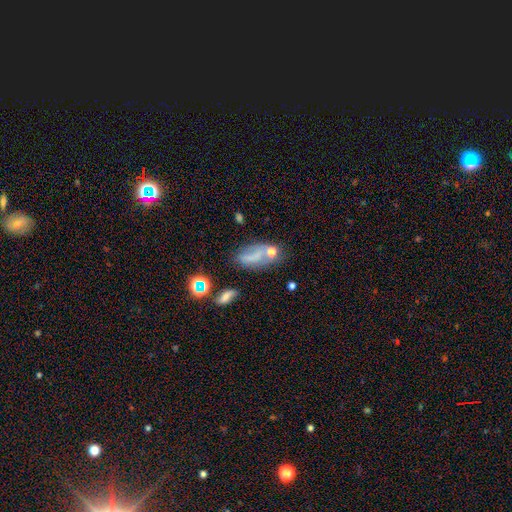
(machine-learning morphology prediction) smooth-or-featured: smooth: 47% | featured or disk: 34% | star or artifact: 19%
  merging: none: 43% | minor disturbance: 24% | major disturbance: 19% | merger: 14%